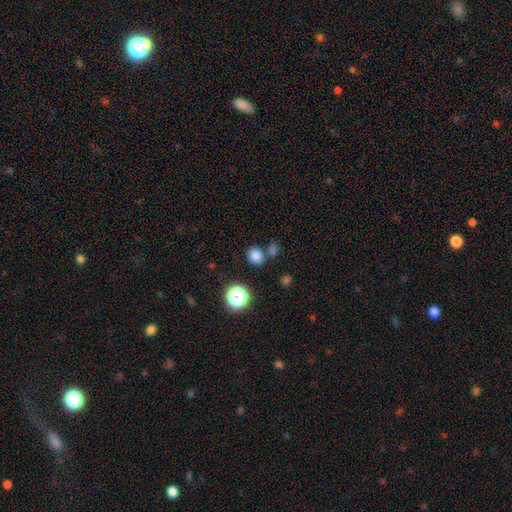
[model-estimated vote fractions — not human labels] The model was most divided on "how rounded": round: 68%, in between: 31%, cigar-shaped: 1%. More confident: smooth or featured — smooth (79%); merging — none (69%).